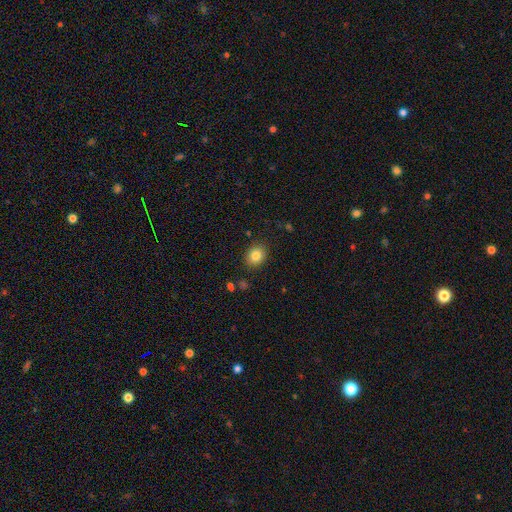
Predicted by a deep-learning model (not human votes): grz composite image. It shows a smooth galaxy with no disk features (83%) that is round (54%). Merging: none (87%).